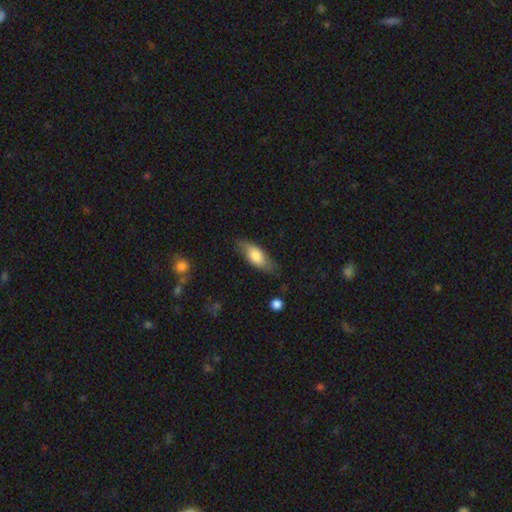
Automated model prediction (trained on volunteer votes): Smooth or featured: smooth — 73% (featured or disk — 21%)
How rounded: in between — 74% (cigar-shaped — 24%)
Merging: none — 76% (minor disturbance — 18%)